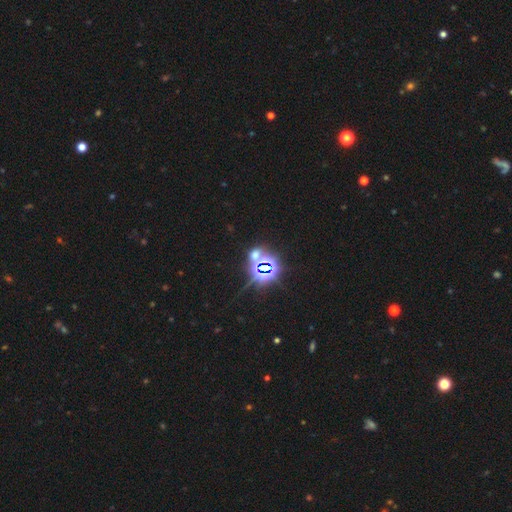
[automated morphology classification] Smooth or featured: star or artifact — 71% (smooth — 21%)